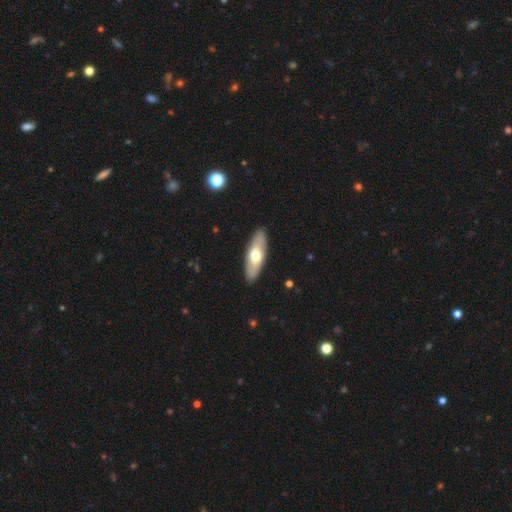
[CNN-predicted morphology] type=smooth (55%); roundness=in between (63%); merging=none (89%).